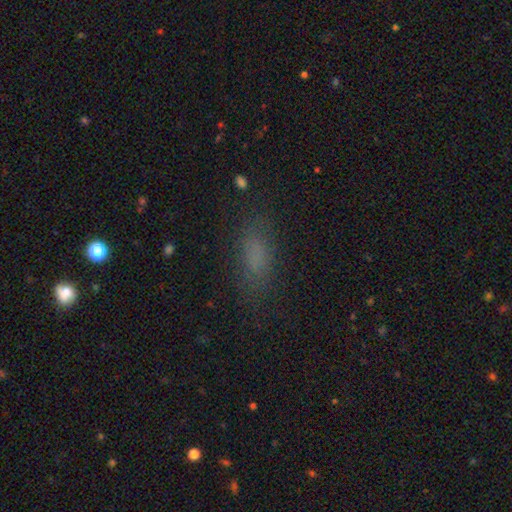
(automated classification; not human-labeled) Smooth or featured: smooth — 75% (star or artifact — 16%)
How rounded: in between — 69% (cigar-shaped — 26%)
Merging: none — 78% (minor disturbance — 14%)